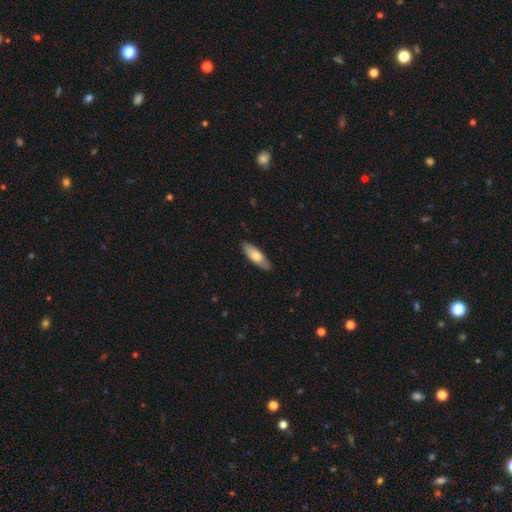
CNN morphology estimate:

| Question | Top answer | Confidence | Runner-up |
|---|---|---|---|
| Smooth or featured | smooth | 67% | featured or disk (28%) |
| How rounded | in between | 62% | cigar-shaped (36%) |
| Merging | none | 86% | minor disturbance (11%) |